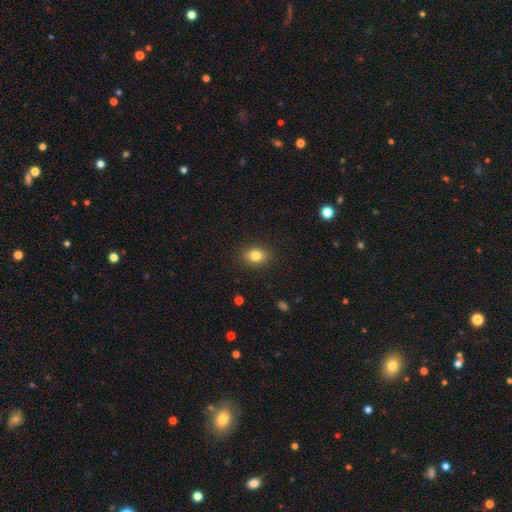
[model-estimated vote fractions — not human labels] A smooth galaxy with no disk features (81%) that is in between round and cigar-shaped (52%).

Vote fractions:
- Smooth or featured? smooth: 81% / star or artifact: 11% / featured or disk: 8%
- How rounded? in between: 52% / round: 47% / cigar-shaped: 1%
- Merging? none: 89% / minor disturbance: 8% / major disturbance: 2% / merger: 1%